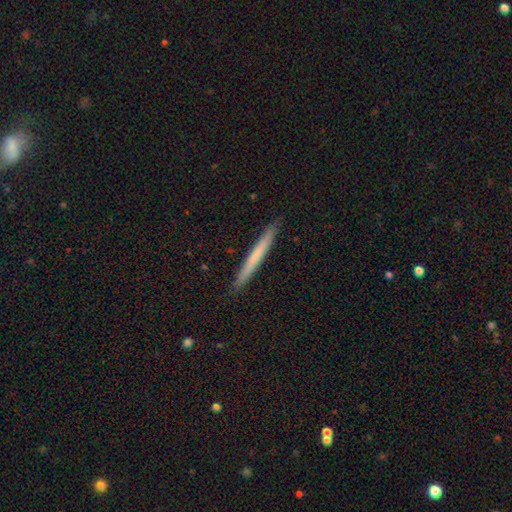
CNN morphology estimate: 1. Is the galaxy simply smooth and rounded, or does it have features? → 60% smooth, 34% featured or disk, 6% star or artifact.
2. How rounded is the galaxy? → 97% cigar-shaped, 2% in between, 1% round.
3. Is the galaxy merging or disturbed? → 92% none, 6% minor disturbance, 1% major disturbance, 1% merger.